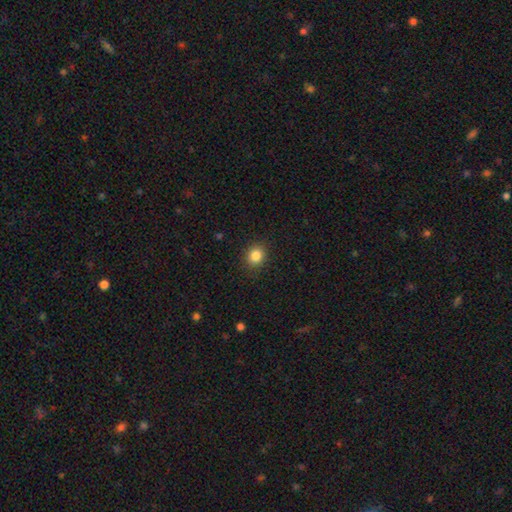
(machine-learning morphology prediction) A smooth galaxy with no disk features (85%) that is round (71%).

Vote fractions:
- Smooth or featured? smooth: 85% / star or artifact: 11% / featured or disk: 5%
- How rounded? round: 71% / in between: 28% / cigar-shaped: 1%
- Merging? none: 89% / minor disturbance: 7% / major disturbance: 2% / merger: 1%